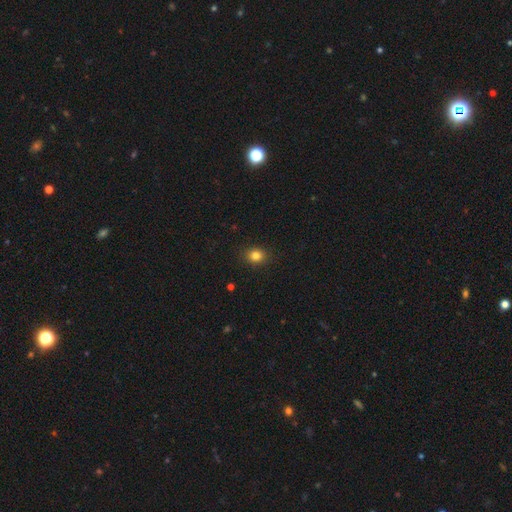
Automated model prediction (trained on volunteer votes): Smooth or featured?
  - smooth: 82% *
  - star or artifact: 12%
  - featured or disk: 6%
How rounded?
  - round: 64% *
  - in between: 35%
  - cigar-shaped: 1%
Merging?
  - none: 90% *
  - minor disturbance: 7%
  - major disturbance: 2%
  - merger: 1%